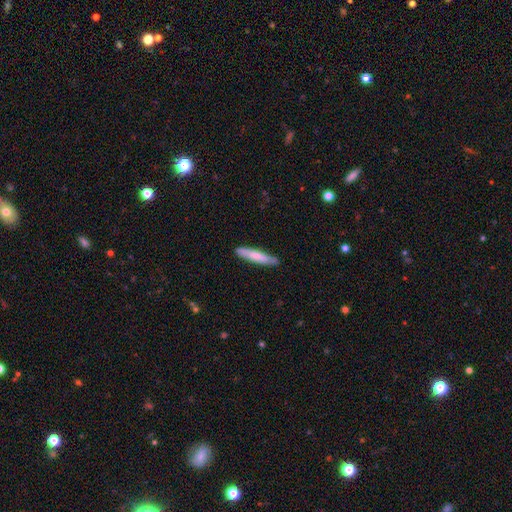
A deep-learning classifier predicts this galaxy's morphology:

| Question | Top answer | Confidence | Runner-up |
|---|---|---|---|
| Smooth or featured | smooth | 71% | featured or disk (24%) |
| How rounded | cigar-shaped | 91% | in between (8%) |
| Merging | none | 83% | minor disturbance (14%) |